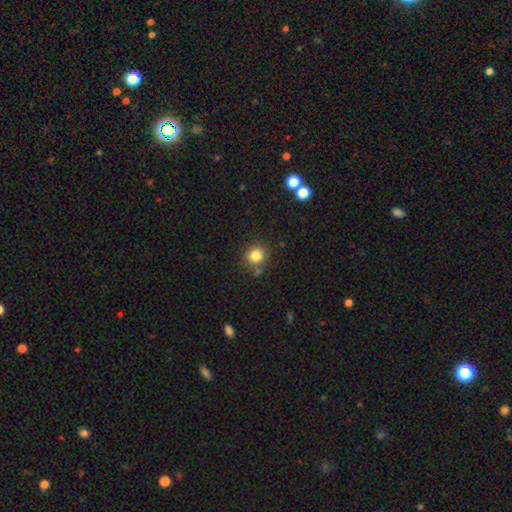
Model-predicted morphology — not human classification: A smooth galaxy with no disk features (82%) that is round (85%).

Vote fractions:
- Smooth or featured? smooth: 82% / star or artifact: 12% / featured or disk: 6%
- How rounded? round: 85% / in between: 14% / cigar-shaped: 1%
- Merging? none: 79% / minor disturbance: 11% / merger: 7% / major disturbance: 3%